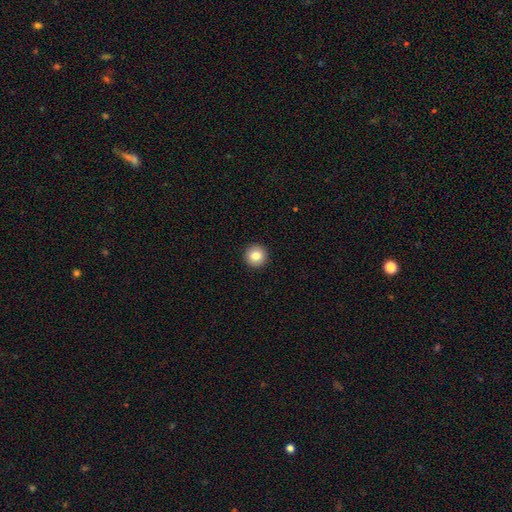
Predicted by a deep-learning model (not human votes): smooth_or_featured: smooth (p=0.83) [alt: star or artifact p=0.09]
how_rounded: round (p=0.96) [alt: in between p=0.03]
merging: none (p=0.94) [alt: minor disturbance p=0.04]